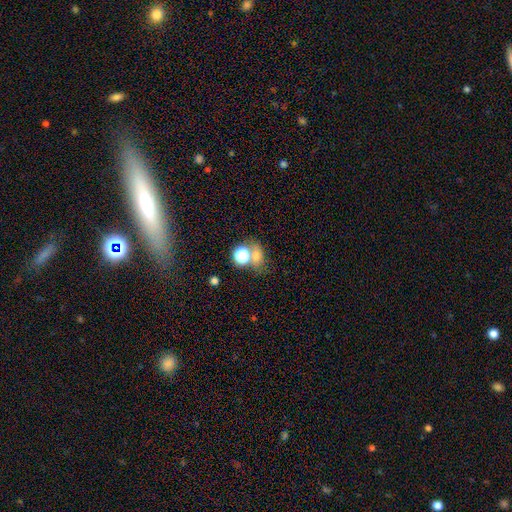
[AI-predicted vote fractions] This appears to be a smooth galaxy with no disk features (66%) that is round (53%). Merging: none (47%).